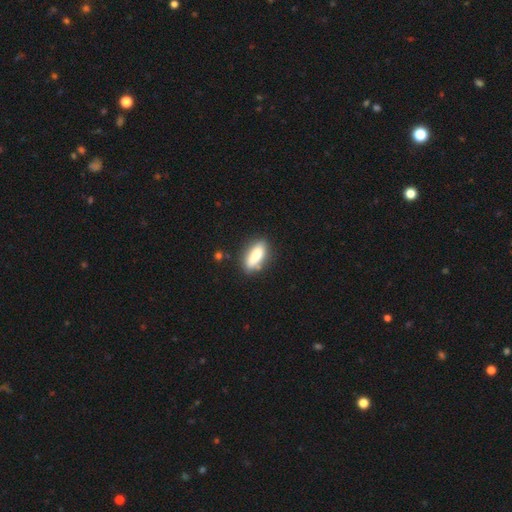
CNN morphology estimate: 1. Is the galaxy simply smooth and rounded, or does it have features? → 80% smooth, 13% featured or disk, 7% star or artifact.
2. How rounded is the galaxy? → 69% in between, 28% cigar-shaped, 3% round.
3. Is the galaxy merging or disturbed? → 77% none, 15% minor disturbance, 4% merger, 4% major disturbance.